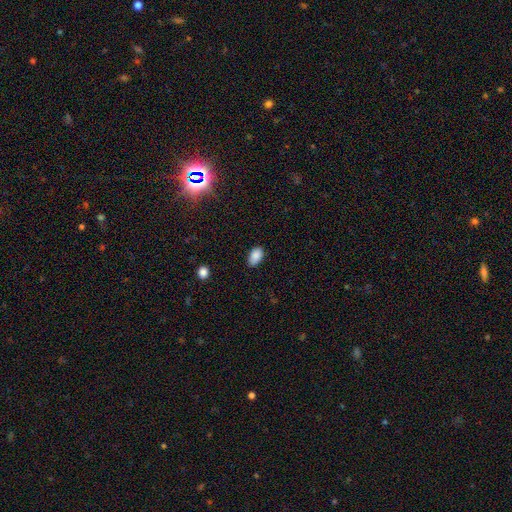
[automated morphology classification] The model was most divided on "merging": none: 79%, minor disturbance: 17%, major disturbance: 3%, merger: 1%. More confident: how rounded — in between (91%); smooth or featured — smooth (87%).